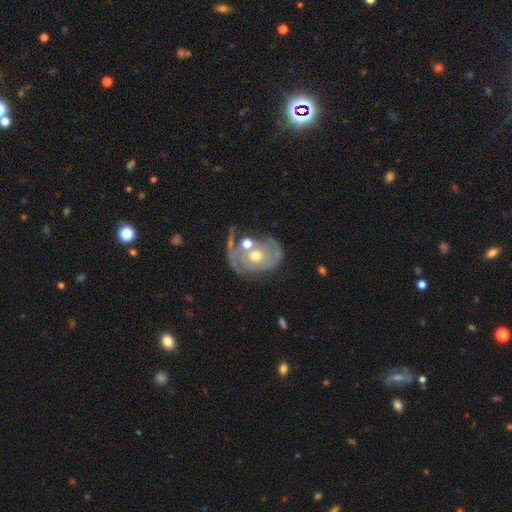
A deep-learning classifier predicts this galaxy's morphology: Overall: featured or disk (82%). Edge-on disk: no (97%). Bar: no (81%). Spiral arms: yes (88%). Spiral arm count: 2 (53%; can't tell 20%). Spiral winding: tight (60%; medium 29%). Bulge size: moderate (71%). Merging: none (50%; minor disturbance 19%).